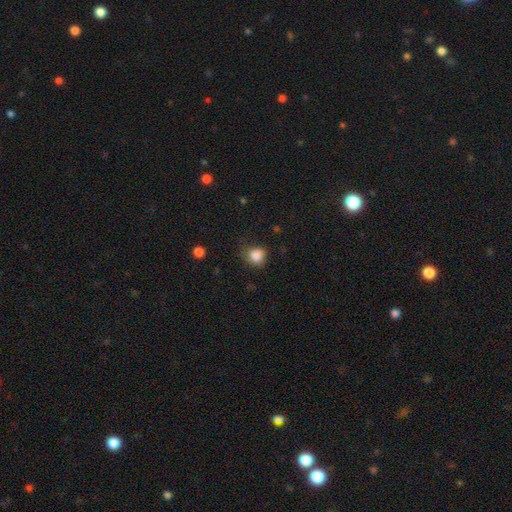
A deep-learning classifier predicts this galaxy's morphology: A smooth galaxy with no disk features (85%) that is round (76%).

Vote fractions:
- Smooth or featured? smooth: 85% / star or artifact: 11% / featured or disk: 5%
- How rounded? round: 76% / in between: 23% / cigar-shaped: 1%
- Merging? none: 64% / minor disturbance: 27% / major disturbance: 7% / merger: 2%